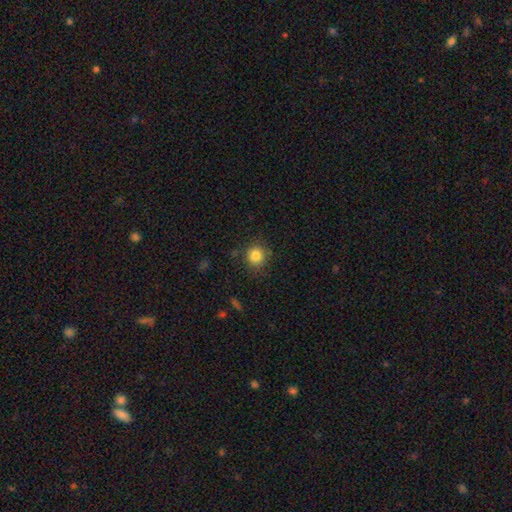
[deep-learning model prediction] A smooth galaxy with no disk features (83%) that is round (88%). Merging: none (84%).